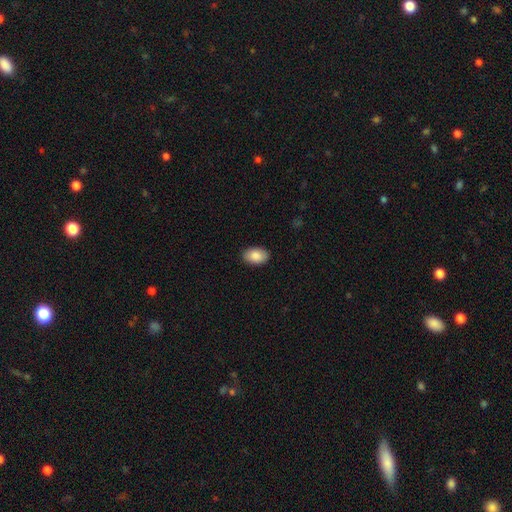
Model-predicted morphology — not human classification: Smooth or featured?
  - smooth: 88% *
  - star or artifact: 6%
  - featured or disk: 6%
How rounded?
  - in between: 90% *
  - round: 9%
  - cigar-shaped: 1%
Merging?
  - none: 89% *
  - minor disturbance: 8%
  - major disturbance: 2%
  - merger: 1%